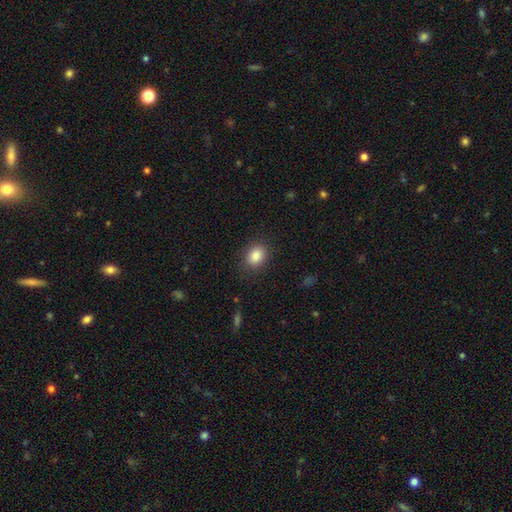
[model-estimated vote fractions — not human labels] Q: Smooth or featured?
A: smooth (85%); runner-up: star or artifact (9%)
Q: How rounded?
A: in between (52%); runner-up: round (47%)
Q: Merging?
A: none (86%); runner-up: minor disturbance (10%)